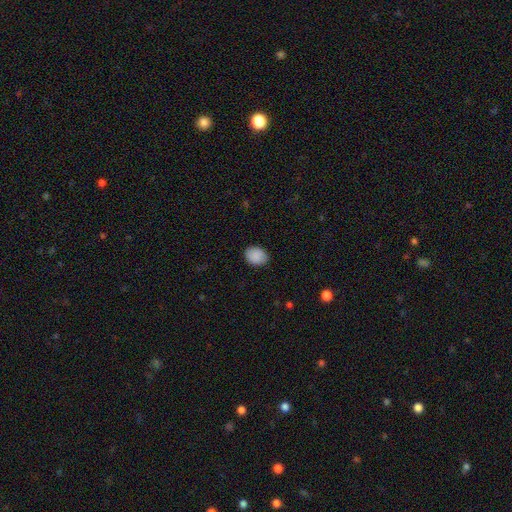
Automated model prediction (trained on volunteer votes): Morphology: type=smooth (90%); roundness=in between (61%); merging=none (86%).